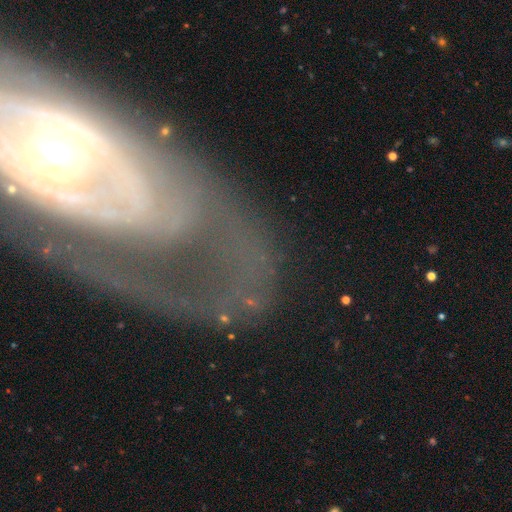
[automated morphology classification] This is likely a featured or disk galaxy (68%). It is clearly not viewed edge-on (84%). Bar: marginally no (42%). Spiral arm pattern: likely yes (64%). Central bulge: possibly moderate (46%). Merging: likely none (64%).